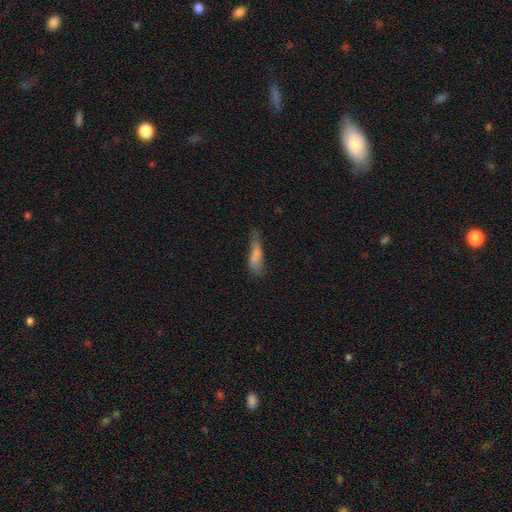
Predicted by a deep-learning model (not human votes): smooth_or_featured: smooth (p=0.74) [alt: featured or disk p=0.18]
how_rounded: cigar-shaped (p=0.61) [alt: in between p=0.36]
merging: none (p=0.42) [alt: minor disturbance p=0.35]